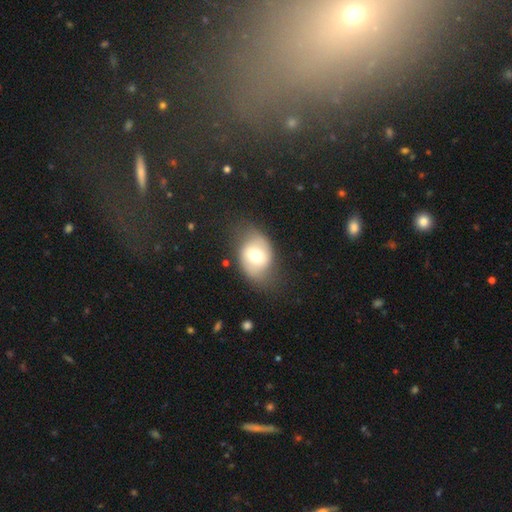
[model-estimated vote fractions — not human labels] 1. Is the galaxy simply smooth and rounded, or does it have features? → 57% smooth, 35% featured or disk, 8% star or artifact.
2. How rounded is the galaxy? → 70% in between, 29% round, 1% cigar-shaped.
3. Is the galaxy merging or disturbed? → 63% none, 24% minor disturbance, 11% major disturbance, 2% merger.